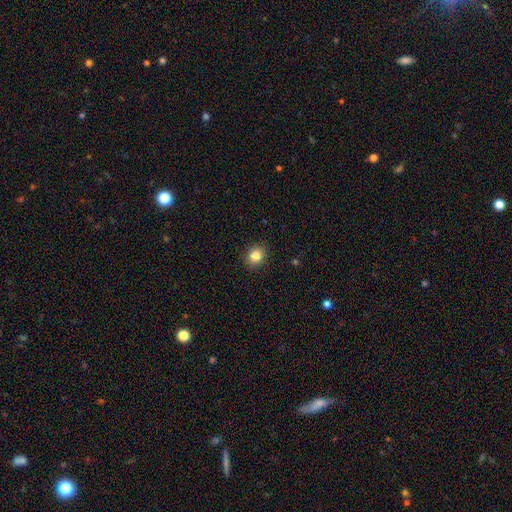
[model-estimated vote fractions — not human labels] This is clearly a smooth galaxy (84%). How rounded: likely round (75%). Merging: clearly none (89%).